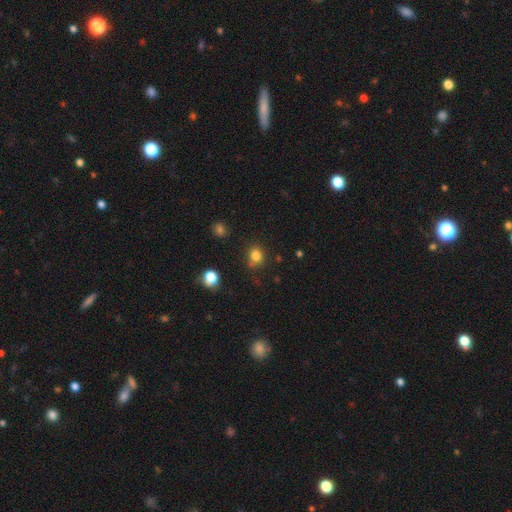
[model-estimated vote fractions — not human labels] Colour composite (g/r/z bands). It shows a smooth galaxy with no disk features (81%) that is round (74%). Merging: none (76%).